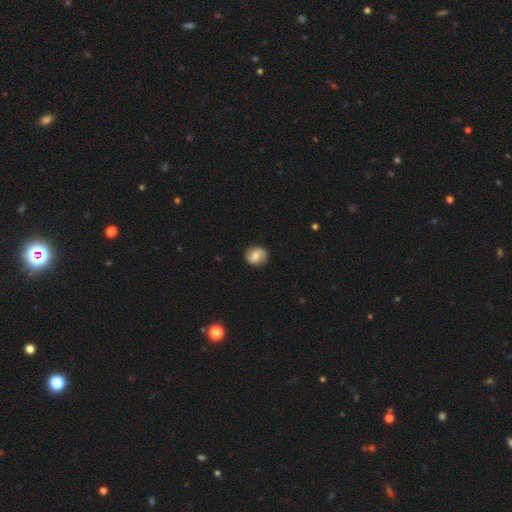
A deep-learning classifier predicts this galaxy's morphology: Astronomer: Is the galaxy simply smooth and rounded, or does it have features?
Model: featured or disk — 48% (runner-up: smooth, 44%).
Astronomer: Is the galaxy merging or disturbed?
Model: none — 84%.